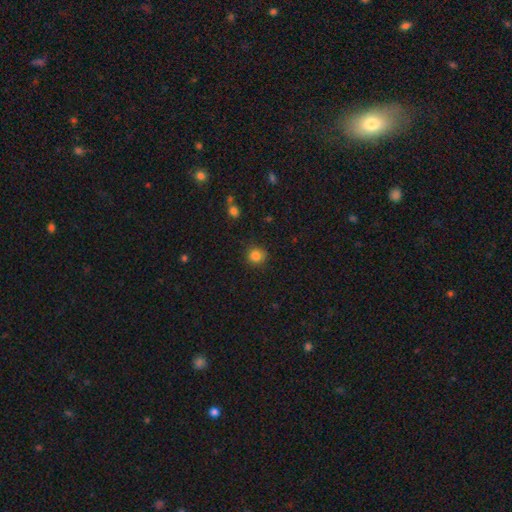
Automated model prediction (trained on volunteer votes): smooth 84%, star or artifact 12%, featured or disk 5%. Down the decision tree: how rounded — round (90%); merging — none (84%).